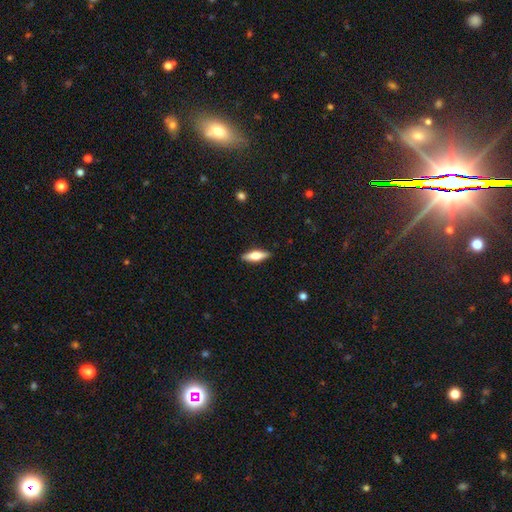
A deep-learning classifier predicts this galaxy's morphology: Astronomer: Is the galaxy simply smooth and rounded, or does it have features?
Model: smooth — 59% (runner-up: featured or disk, 35%).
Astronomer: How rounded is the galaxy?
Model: in between — 50% (runner-up: cigar-shaped, 47%).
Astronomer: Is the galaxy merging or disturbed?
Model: none — 89%.